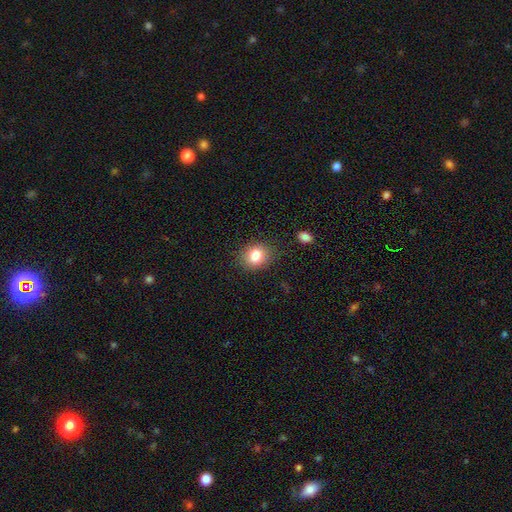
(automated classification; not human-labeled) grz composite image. It shows a smooth galaxy with no disk features (81%) that is round (67%). Merging: none (84%).